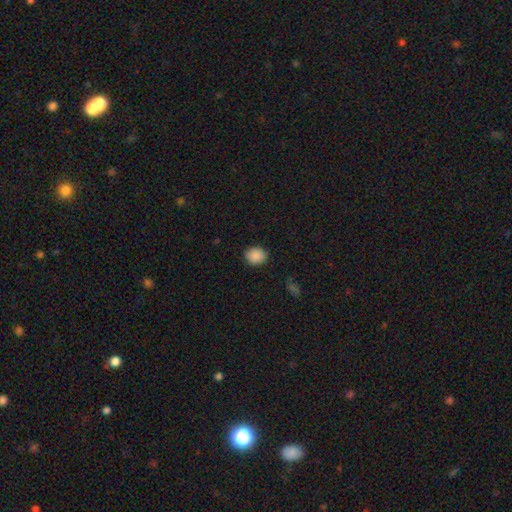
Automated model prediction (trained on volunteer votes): smooth_or_featured: smooth (p=0.89) [alt: star or artifact p=0.08]
how_rounded: round (p=0.56) [alt: in between p=0.43]
merging: none (p=0.89) [alt: minor disturbance p=0.08]